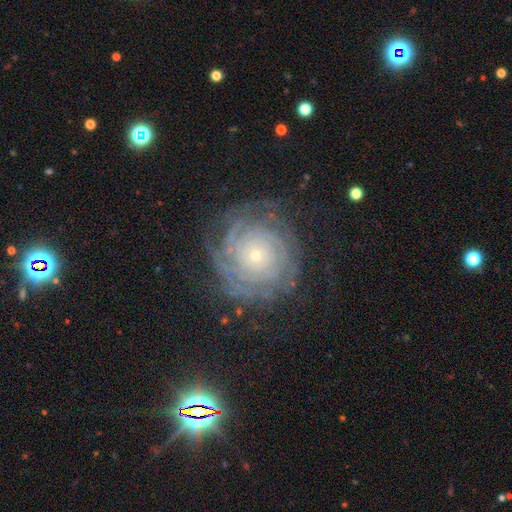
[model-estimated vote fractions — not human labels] Overall: featured or disk (81%). Edge-on disk: no (97%). Bar: no (87%). Spiral arms: yes (94%). Spiral arm count: can't tell (37%; more than 4 17%). Spiral winding: tight (85%). Bulge size: small (83%). Merging: none (75%).